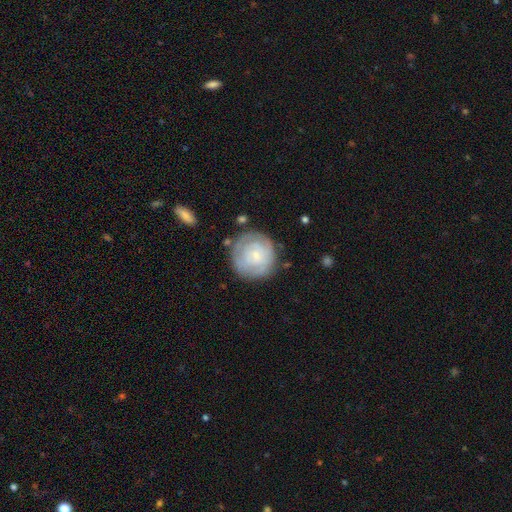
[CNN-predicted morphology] type=featured or disk (50%); edge-on=no (98%); merging=none (72%).